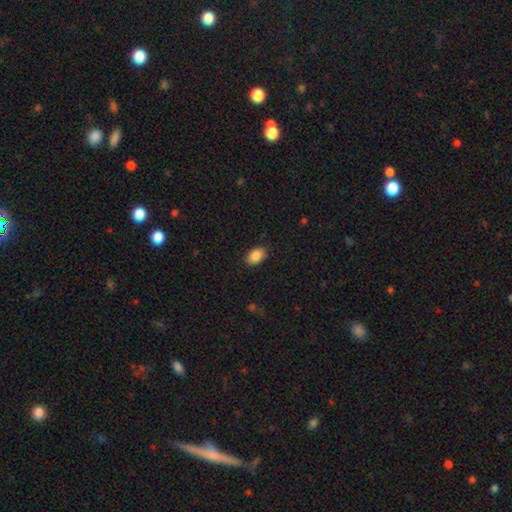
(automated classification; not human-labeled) Smooth or featured? smooth (88%)
How rounded? in between (86%)
Merging? none (87%)